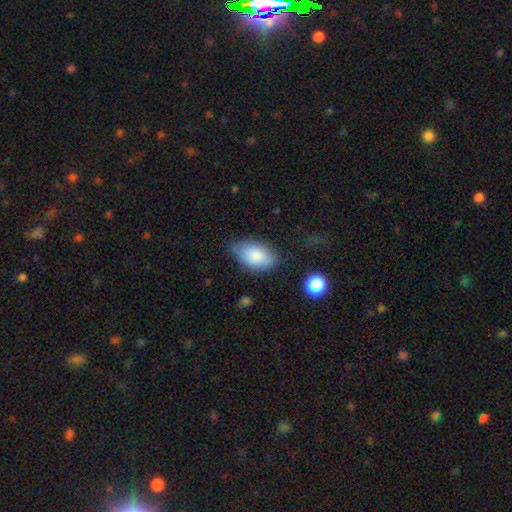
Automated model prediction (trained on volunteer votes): The model was most divided on "merging": none: 69%, minor disturbance: 23%, major disturbance: 6%, merger: 2%. More confident: how rounded — in between (93%); smooth or featured — smooth (85%).